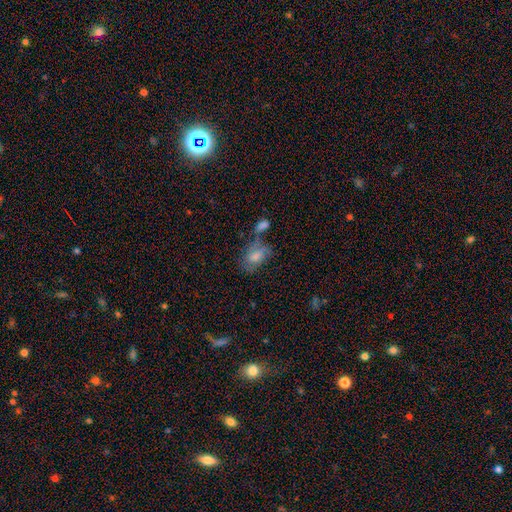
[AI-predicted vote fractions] smooth-or-featured: smooth: 67% | featured or disk: 23% | star or artifact: 9%
  how-rounded: in between: 87% | round: 11% | cigar-shaped: 2%
  merging: none: 36% | merger: 25% | minor disturbance: 22% | major disturbance: 17%